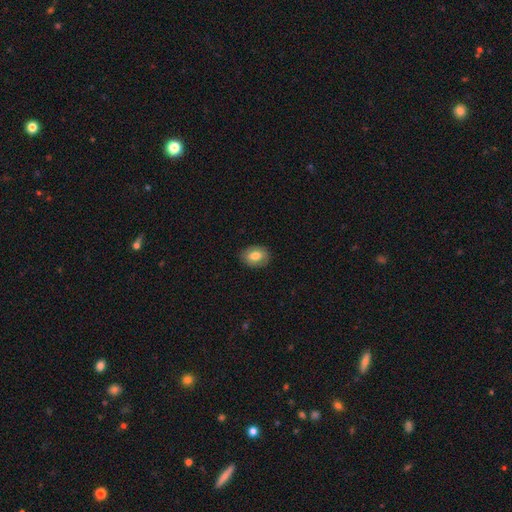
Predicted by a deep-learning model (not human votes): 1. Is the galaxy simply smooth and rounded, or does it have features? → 76% smooth, 16% featured or disk, 8% star or artifact.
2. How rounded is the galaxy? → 67% in between, 32% round, 1% cigar-shaped.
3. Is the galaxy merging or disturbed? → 86% none, 10% minor disturbance, 2% major disturbance, 1% merger.